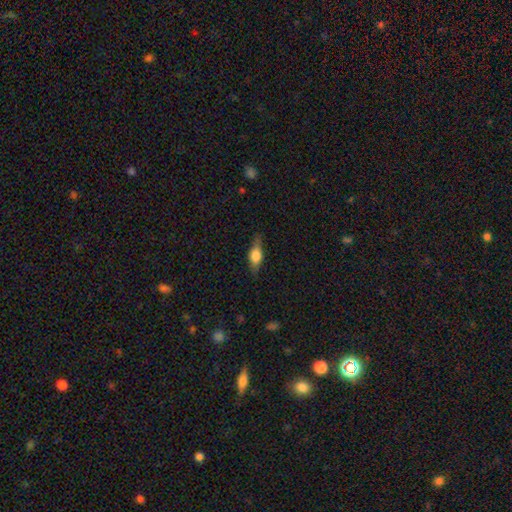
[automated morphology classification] A smooth galaxy with no disk features (60%) that is in between round and cigar-shaped (62%). Merging: none (79%).